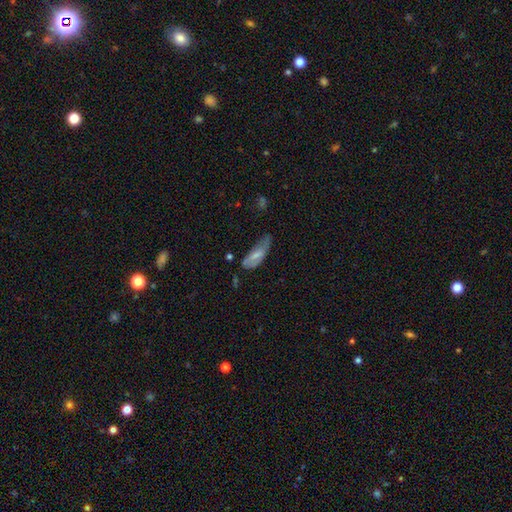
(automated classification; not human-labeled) Smooth or featured: smooth — 60% (featured or disk — 32%)
How rounded: in between — 71% (cigar-shaped — 27%)
Merging: minor disturbance — 41% (none — 34%)